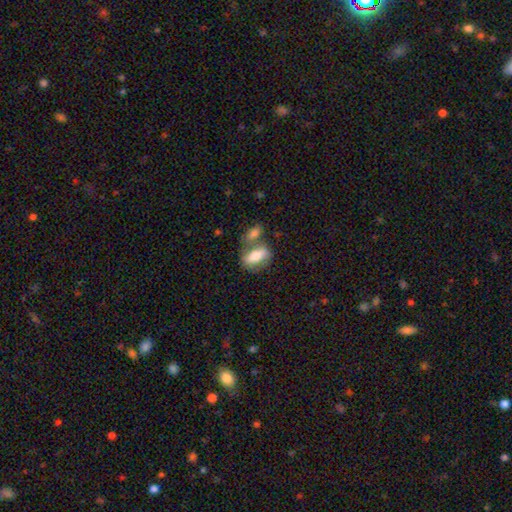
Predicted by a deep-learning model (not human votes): A smooth galaxy with no disk features (65%) that is in between round and cigar-shaped (78%).

Vote fractions:
- Smooth or featured? smooth: 65% / featured or disk: 28% / star or artifact: 7%
- How rounded? in between: 78% / cigar-shaped: 15% / round: 7%
- Merging? none: 49% / merger: 31% / minor disturbance: 14% / major disturbance: 6%